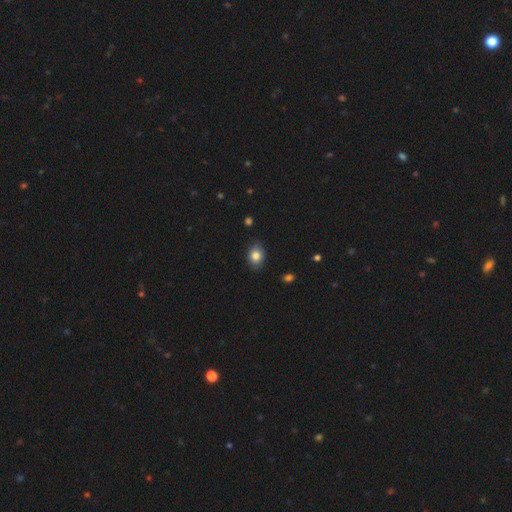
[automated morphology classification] smooth 82%, featured or disk 10%, star or artifact 9%. Down the decision tree: how rounded — in between (71%); merging — none (83%).